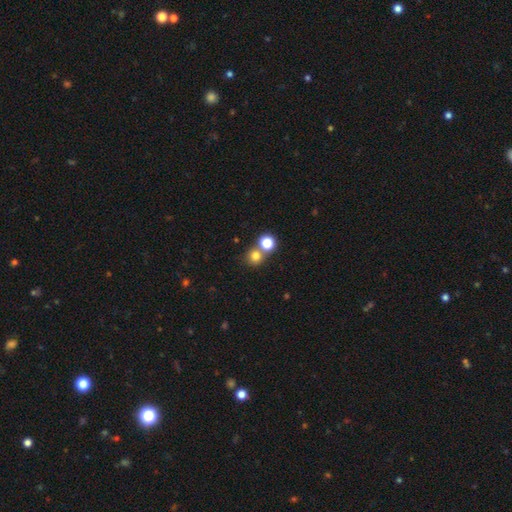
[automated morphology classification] smooth 76%, star or artifact 16%, featured or disk 7%. Down the decision tree: how rounded — round (89%); merging — none (58%).